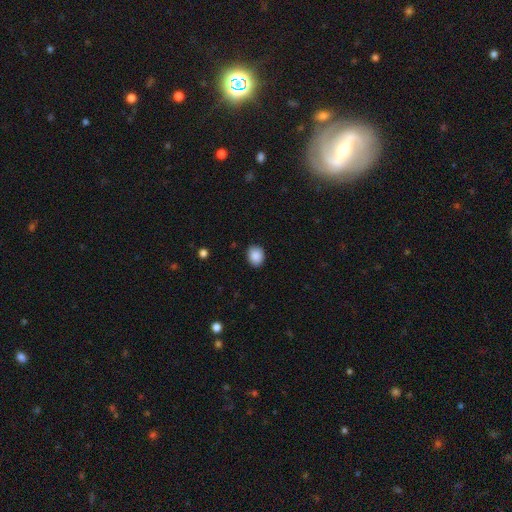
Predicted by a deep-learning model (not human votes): Smooth or featured? Predicted: smooth (p=0.89). How rounded? Predicted: round (p=0.50). Merging? Predicted: none (p=0.88).